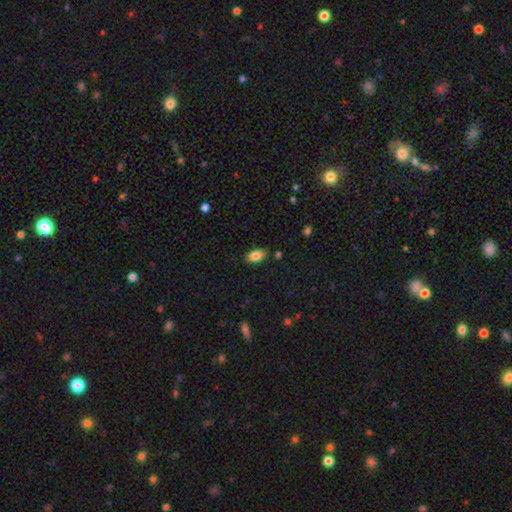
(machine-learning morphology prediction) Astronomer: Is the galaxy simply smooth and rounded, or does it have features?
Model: smooth — 83%.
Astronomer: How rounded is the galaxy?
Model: in between — 92%.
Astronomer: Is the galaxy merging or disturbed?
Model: none — 83%.